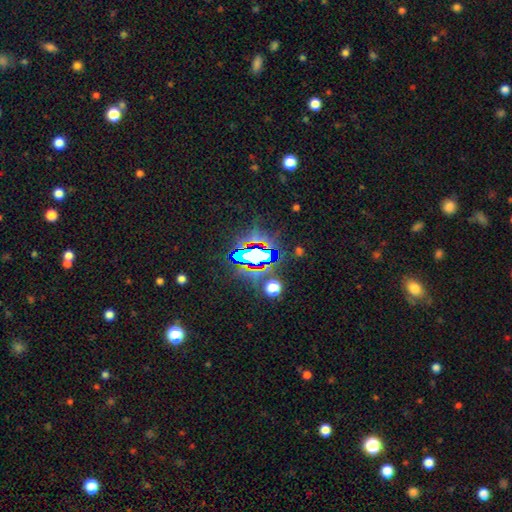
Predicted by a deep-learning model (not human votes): smooth-or-featured: star or artifact: 68% | smooth: 19% | featured or disk: 13%